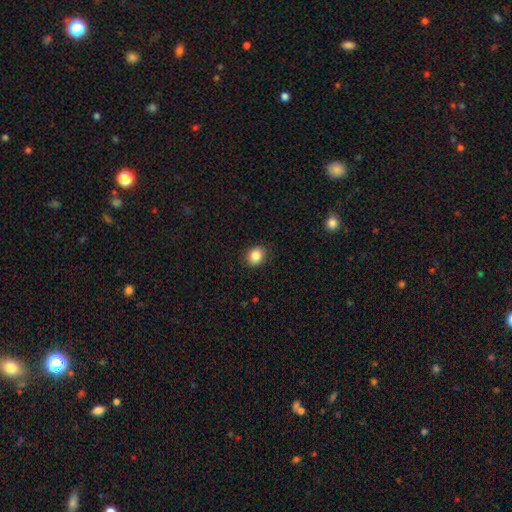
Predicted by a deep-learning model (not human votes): Q: Smooth or featured?
A: smooth (86%); runner-up: star or artifact (9%)
Q: How rounded?
A: round (62%); runner-up: in between (37%)
Q: Merging?
A: none (87%); runner-up: minor disturbance (9%)